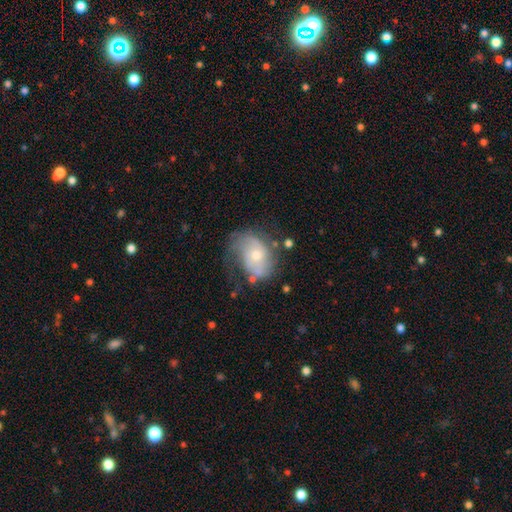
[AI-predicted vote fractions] Smooth or featured: featured or disk — 57% (smooth — 34%)
Edge-on disk: no — 96% (yes — 4%)
Bar: no — 74% (weak — 22%)
Spiral arms: yes — 71% (no — 29%)
Bulge size: moderate — 48% (small — 47%)
Merging: none — 43% (minor disturbance — 28%)